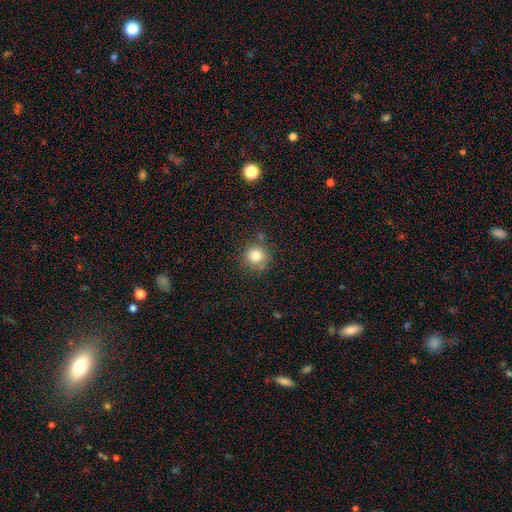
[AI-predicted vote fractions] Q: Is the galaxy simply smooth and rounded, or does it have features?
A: smooth — 82%.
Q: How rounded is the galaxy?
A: round — 92%.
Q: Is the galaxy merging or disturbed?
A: none — 77%.